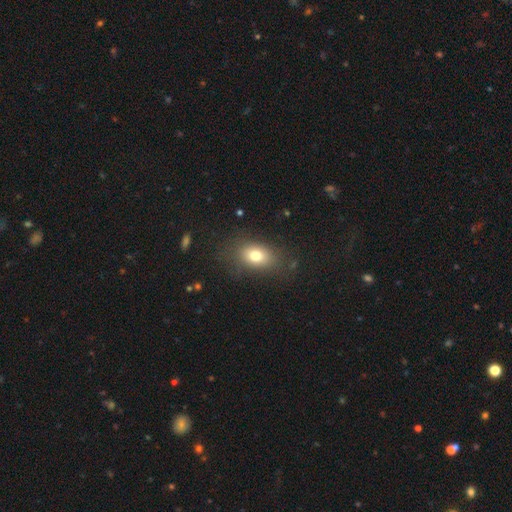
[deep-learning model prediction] The model was most divided on "how rounded": in between: 76%, round: 23%, cigar-shaped: 2%. More confident: merging — none (80%); smooth or featured — smooth (77%).